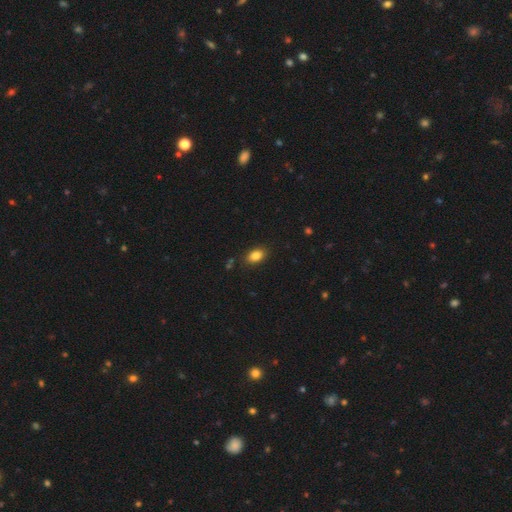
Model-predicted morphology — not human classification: This is clearly a smooth galaxy (85%). How rounded: clearly in between (87%). Merging: clearly none (85%).